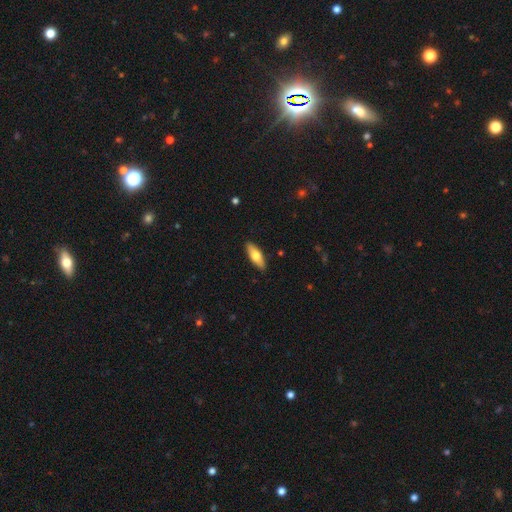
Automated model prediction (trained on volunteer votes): Smooth or featured?
  - smooth: 63% *
  - featured or disk: 32%
  - star or artifact: 6%
How rounded?
  - in between: 59% *
  - cigar-shaped: 38%
  - round: 2%
Merging?
  - none: 89% *
  - minor disturbance: 8%
  - major disturbance: 2%
  - merger: 1%